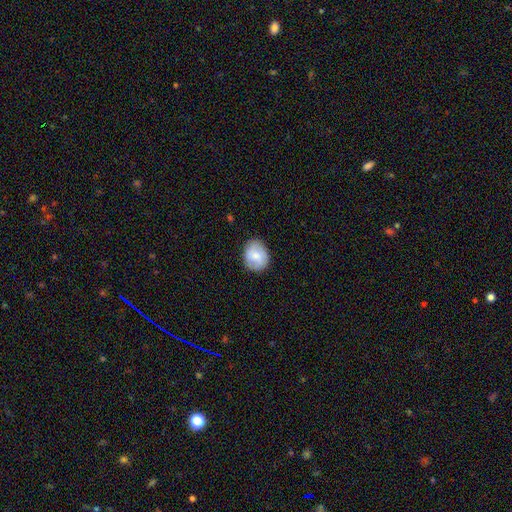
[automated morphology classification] Smooth or featured? Predicted: smooth (p=0.66). How rounded? Predicted: round (p=0.58). Merging? Predicted: none (p=0.82).